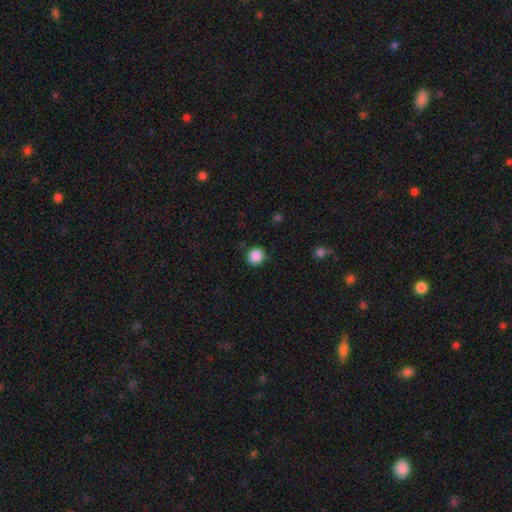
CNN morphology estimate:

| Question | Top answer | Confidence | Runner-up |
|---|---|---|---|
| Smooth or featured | smooth | 88% | star or artifact (9%) |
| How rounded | round | 92% | in between (7%) |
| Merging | none | 89% | minor disturbance (7%) |